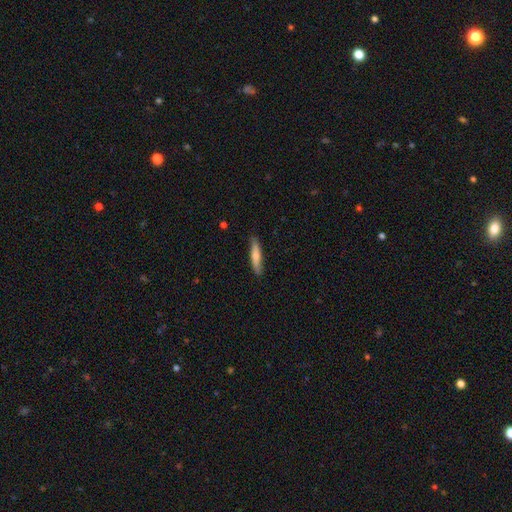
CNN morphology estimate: type=smooth (68%); roundness=cigar-shaped (88%); merging=none (85%).